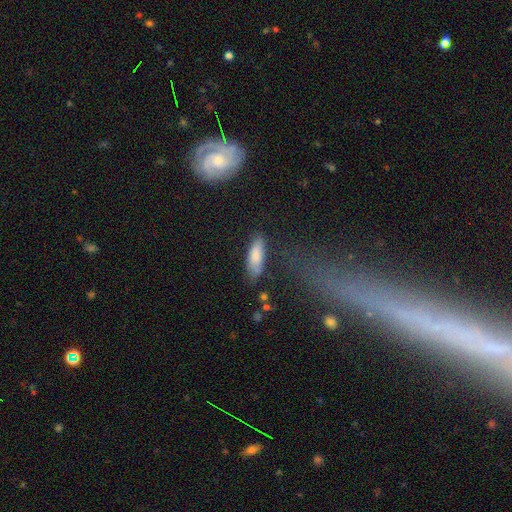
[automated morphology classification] This appears to be a smooth galaxy with no disk features (80%) that is in between round and cigar-shaped (59%). Merging: none (72%).